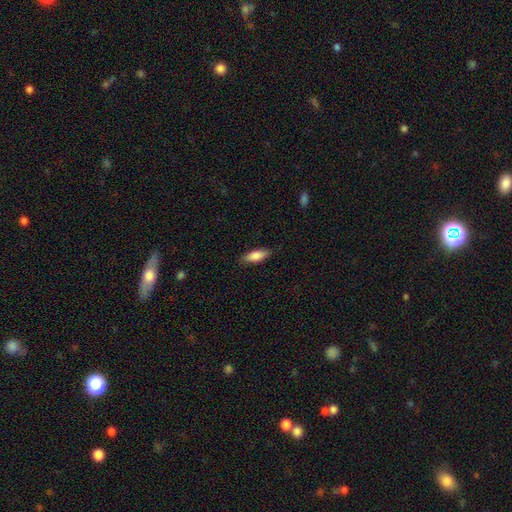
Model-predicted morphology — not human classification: This appears to be a smooth galaxy with no disk features (81%) that is in between round and cigar-shaped (63%). Merging: none (86%).